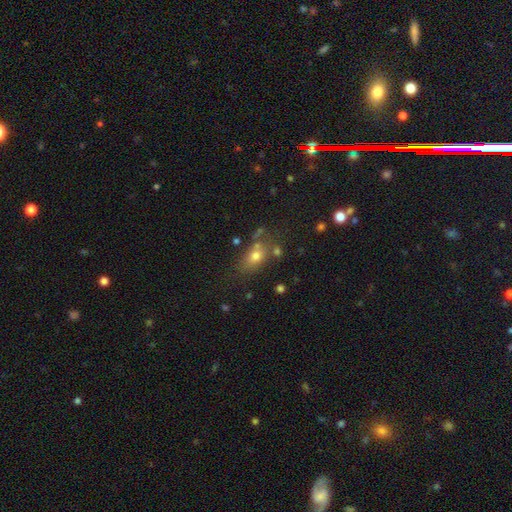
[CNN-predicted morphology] Smooth or featured: smooth — 70% (featured or disk — 15%)
How rounded: in between — 69% (round — 26%)
Merging: none — 58% (minor disturbance — 18%)